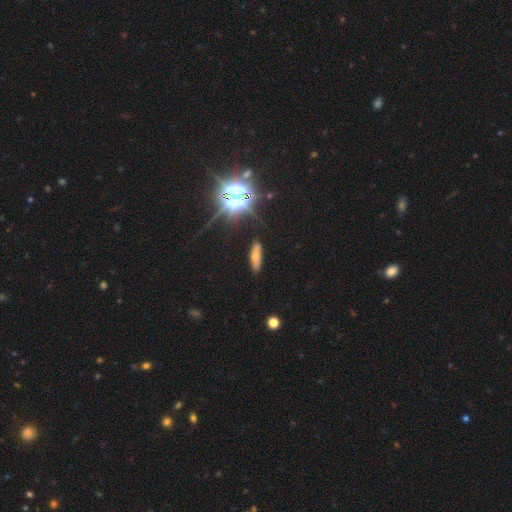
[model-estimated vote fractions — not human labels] A smooth galaxy with no disk features (65%) that is cigar-shaped (60%).

Vote fractions:
- Smooth or featured? smooth: 65% / star or artifact: 19% / featured or disk: 16%
- How rounded? cigar-shaped: 60% / in between: 36% / round: 3%
- Merging? none: 84% / minor disturbance: 11% / major disturbance: 3% / merger: 2%